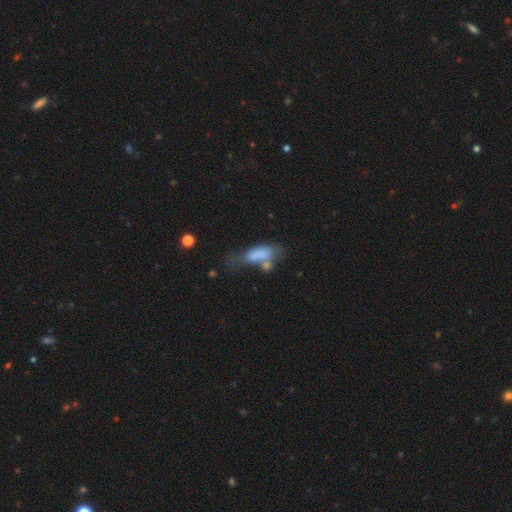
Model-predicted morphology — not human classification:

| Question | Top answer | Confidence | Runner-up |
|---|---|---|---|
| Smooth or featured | smooth | 66% | featured or disk (23%) |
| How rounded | in between | 62% | cigar-shaped (35%) |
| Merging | none | 29% | minor disturbance (25%) |